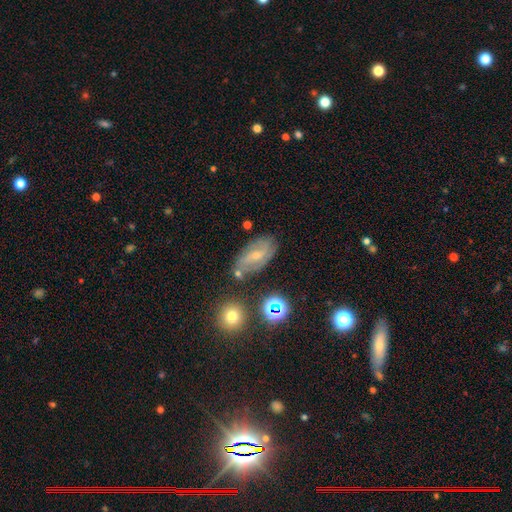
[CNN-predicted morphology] A featured or disk galaxy (62%) with a weak bar (47%), spiral arms (82%) and a small central bulge (64%).

Vote fractions:
- Smooth or featured? featured or disk: 62% / smooth: 25% / star or artifact: 13%
- Edge-on disk? no: 92% / yes: 8%
- Bar? weak: 47% / no: 34% / strong: 19%
- Spiral arms? yes: 82% / no: 18%
- Bulge size? small: 64% / moderate: 32% / none: 2% / large: 1% / dominant: 1%
- Merging? none: 69% / minor disturbance: 19% / major disturbance: 6% / merger: 6%